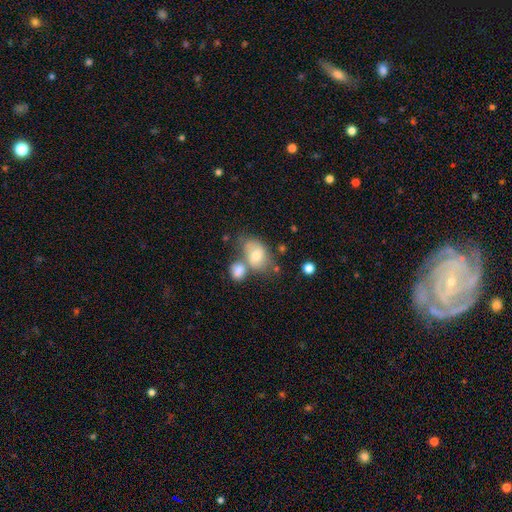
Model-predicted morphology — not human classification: Q: Smooth or featured?
A: smooth (67%); runner-up: featured or disk (24%)
Q: How rounded?
A: in between (72%); runner-up: round (26%)
Q: Merging?
A: merger (42%); runner-up: none (35%)